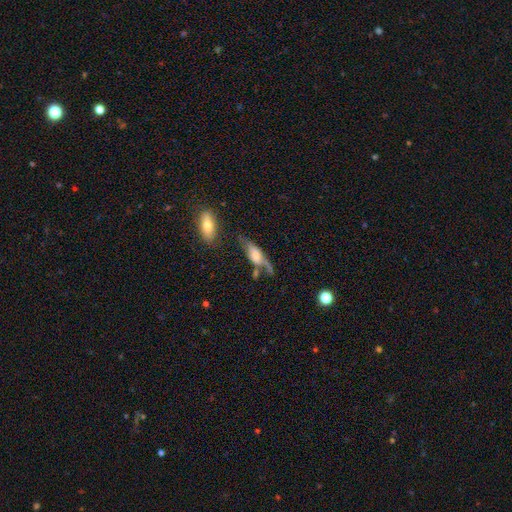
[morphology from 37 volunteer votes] smooth_or_featured: featured or disk (p=0.49) [alt: smooth p=0.43]
disk_edge_on: yes (p=0.50) [tied with: no p=0.50]
edge_on_bulge: rounded (p=0.67) [alt: boxy p=0.22]
merging: none (p=0.32) [tied with: minor disturbance p=0.32]